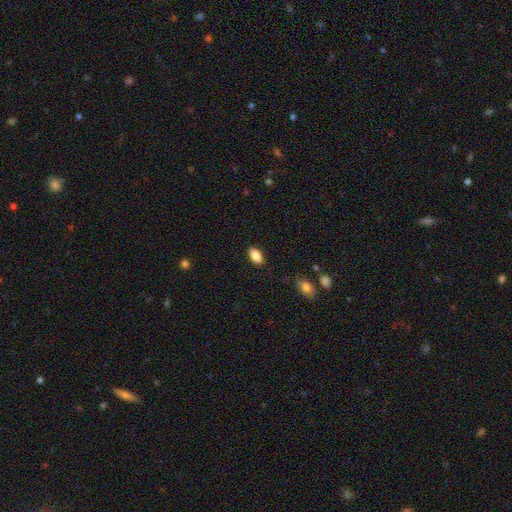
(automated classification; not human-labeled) A smooth galaxy with no disk features (88%) that is in between round and cigar-shaped (92%).

Vote fractions:
- Smooth or featured? smooth: 88% / star or artifact: 7% / featured or disk: 5%
- How rounded? in between: 92% / cigar-shaped: 4% / round: 4%
- Merging? none: 88% / minor disturbance: 9% / major disturbance: 2% / merger: 1%